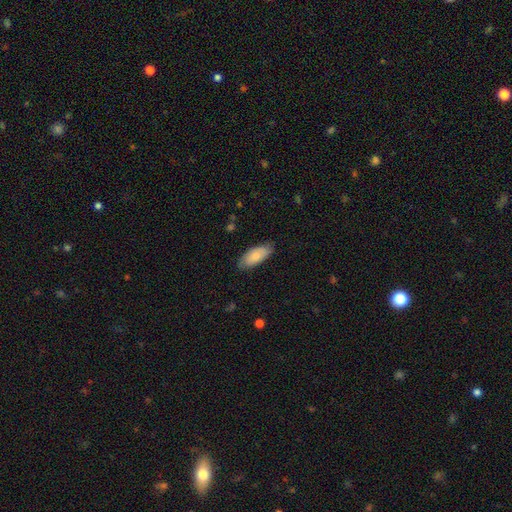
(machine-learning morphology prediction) The model was most divided on "merging": none: 79%, minor disturbance: 17%, major disturbance: 3%, merger: 1%. More confident: how rounded — in between (87%); smooth or featured — smooth (79%).